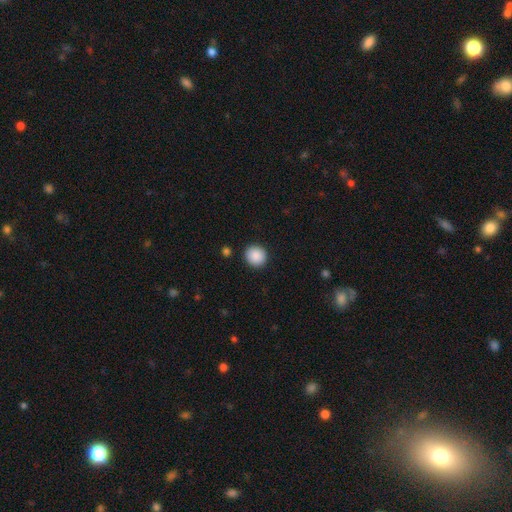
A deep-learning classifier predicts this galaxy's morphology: A smooth galaxy with no disk features (89%) that is round (93%). Merging: none (92%).